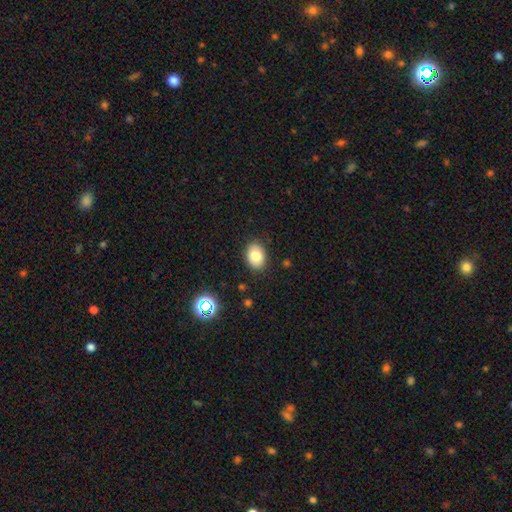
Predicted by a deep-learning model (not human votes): A smooth galaxy with no disk features (79%) that is in between round and cigar-shaped (73%). Merging: none (87%).